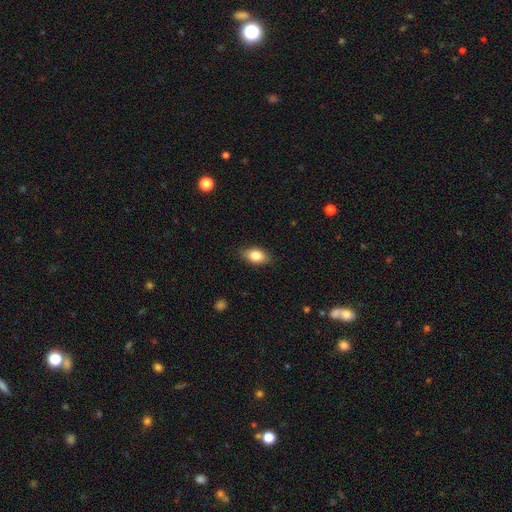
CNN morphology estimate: Smooth or featured? smooth (80%)
How rounded? in between (86%)
Merging? none (85%)